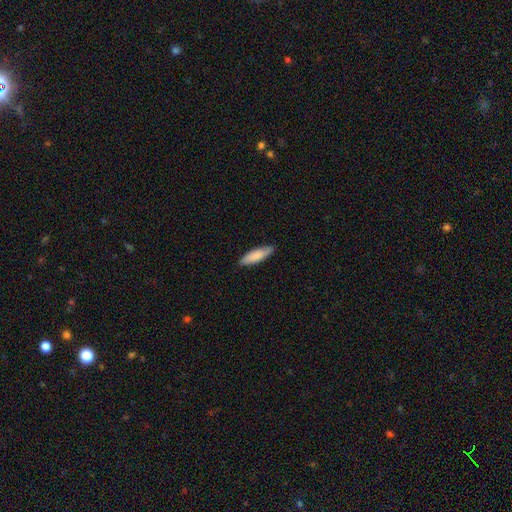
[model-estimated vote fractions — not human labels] A smooth galaxy with no disk features (84%) that is cigar-shaped (58%).

Vote fractions:
- Smooth or featured? smooth: 84% / featured or disk: 11% / star or artifact: 5%
- How rounded? cigar-shaped: 58% / in between: 41% / round: 1%
- Merging? none: 86% / minor disturbance: 11% / major disturbance: 2% / merger: 1%